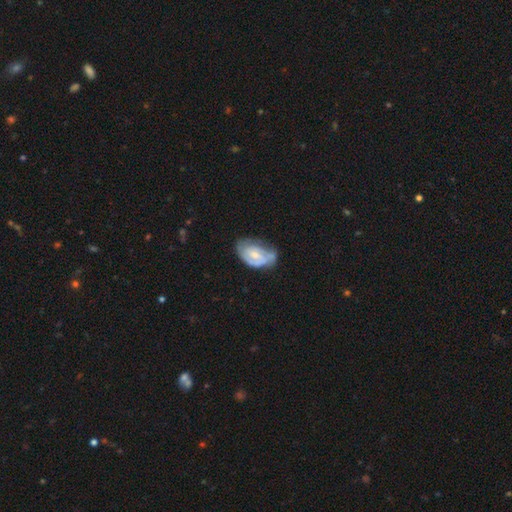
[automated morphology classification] Smooth or featured: featured or disk — 56% (smooth — 38%)
Edge-on disk: no — 95% (yes — 5%)
Bar: no — 64% (weak — 30%)
Spiral arms: yes — 67% (no — 33%)
Bulge size: small — 48% (moderate — 42%)
Merging: none — 41% (minor disturbance — 38%)